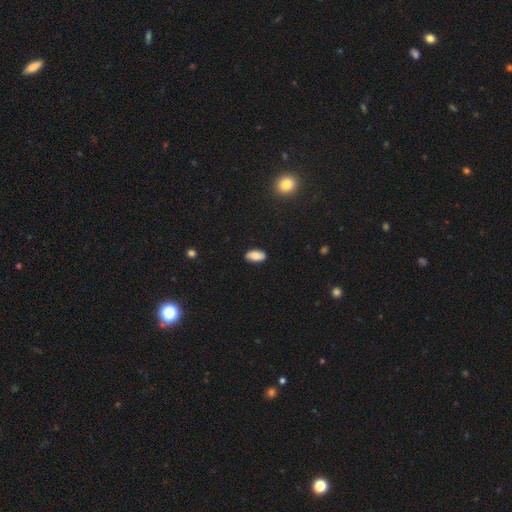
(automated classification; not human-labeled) Smooth or featured? Predicted: smooth (p=0.82). How rounded? Predicted: in between (p=0.93). Merging? Predicted: none (p=0.87).